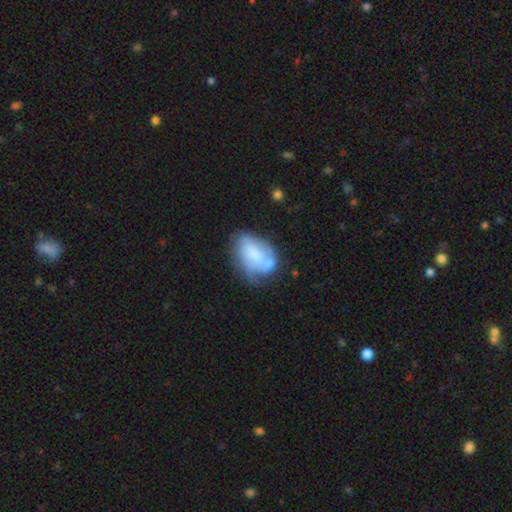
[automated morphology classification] Smooth or featured? smooth (56%)
How rounded? in between (85%)
Merging? none (38%)